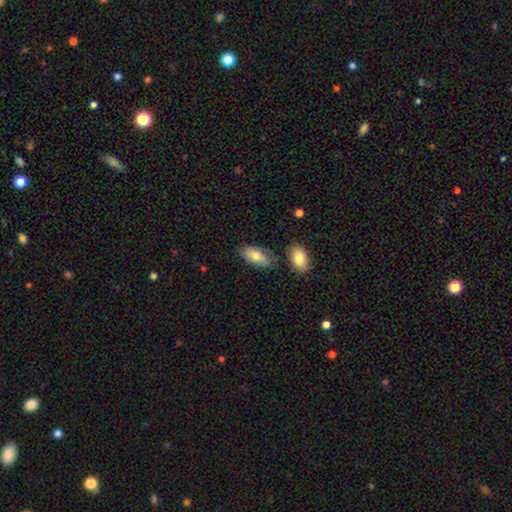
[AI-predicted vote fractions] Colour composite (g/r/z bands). It shows a smooth galaxy with no disk features (72%) that is in between round and cigar-shaped (91%). Merging: none (71%).